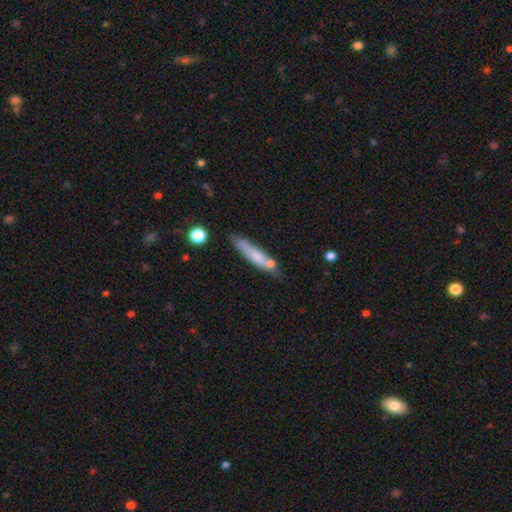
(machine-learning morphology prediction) A smooth galaxy with no disk features (68%) that is cigar-shaped (87%).

Vote fractions:
- Smooth or featured? smooth: 68% / featured or disk: 25% / star or artifact: 7%
- How rounded? cigar-shaped: 87% / in between: 11% / round: 2%
- Merging? none: 65% / minor disturbance: 19% / merger: 11% / major disturbance: 5%